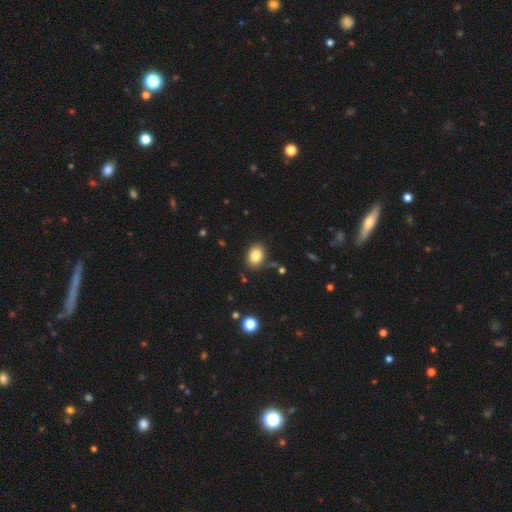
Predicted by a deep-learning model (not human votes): Q: Smooth or featured?
A: smooth (85%); runner-up: star or artifact (9%)
Q: How rounded?
A: in between (68%); runner-up: round (31%)
Q: Merging?
A: none (82%); runner-up: minor disturbance (12%)